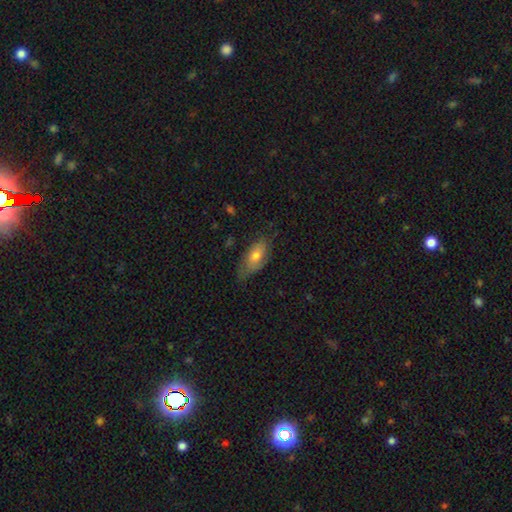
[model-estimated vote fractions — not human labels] Smooth or featured? Predicted: smooth (p=0.61). How rounded? Predicted: in between (p=0.86). Merging? Predicted: none (p=0.59).